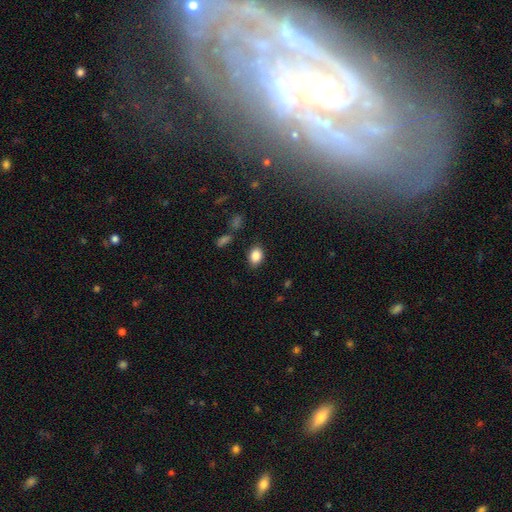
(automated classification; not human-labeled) smooth_or_featured: smooth (p=0.86) [alt: star or artifact p=0.09]
how_rounded: in between (p=0.73) [alt: round p=0.26]
merging: none (p=0.84) [alt: minor disturbance p=0.11]